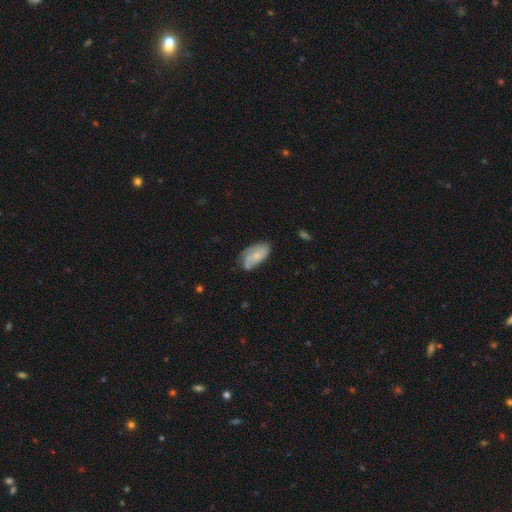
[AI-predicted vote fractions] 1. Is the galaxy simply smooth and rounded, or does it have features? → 51% smooth, 42% featured or disk, 7% star or artifact.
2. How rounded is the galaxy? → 91% in between, 6% cigar-shaped, 3% round.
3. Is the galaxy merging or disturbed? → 56% none, 30% minor disturbance, 10% major disturbance, 4% merger.